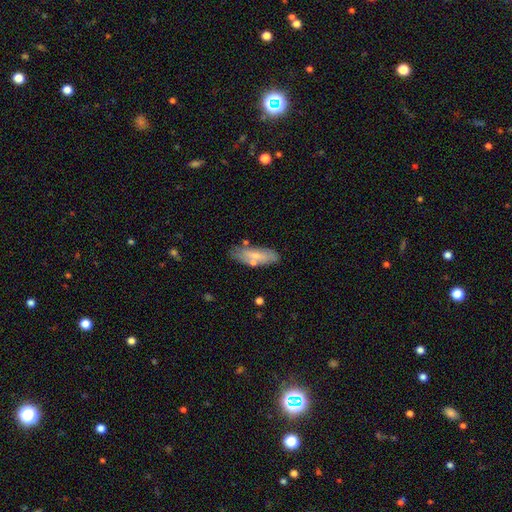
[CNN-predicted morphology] Overall: smooth (62%; featured or disk 31%). How rounded: in between (59%; cigar-shaped 39%). Merging: none (70%).